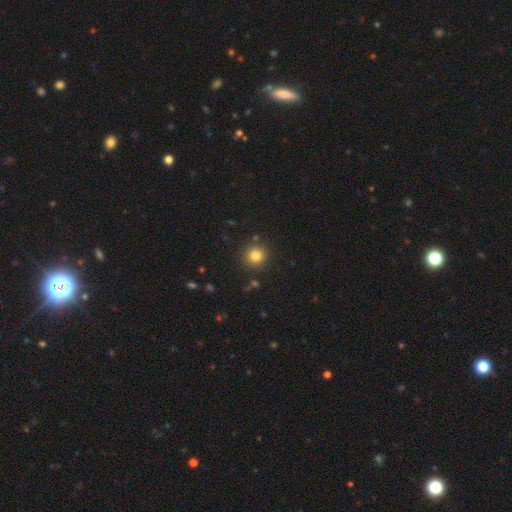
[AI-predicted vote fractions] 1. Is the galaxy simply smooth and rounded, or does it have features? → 81% smooth, 13% star or artifact, 6% featured or disk.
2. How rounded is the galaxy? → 93% round, 6% in between, 1% cigar-shaped.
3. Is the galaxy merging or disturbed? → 87% none, 7% minor disturbance, 3% merger, 3% major disturbance.